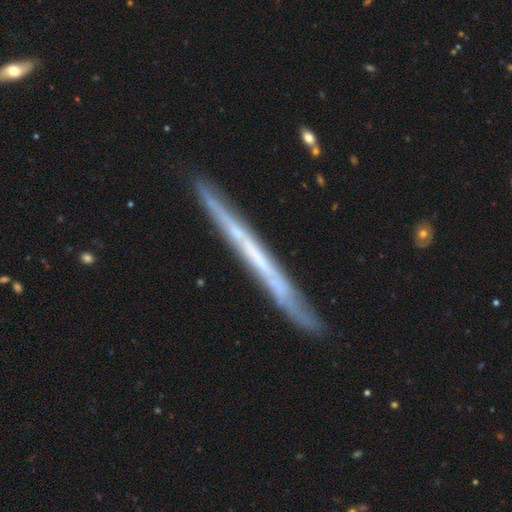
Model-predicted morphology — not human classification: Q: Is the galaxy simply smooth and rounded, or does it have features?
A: featured or disk — 68%.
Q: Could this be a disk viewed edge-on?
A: yes — 94%.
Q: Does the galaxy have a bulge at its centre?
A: none — 89%.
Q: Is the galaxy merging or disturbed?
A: none — 86%.